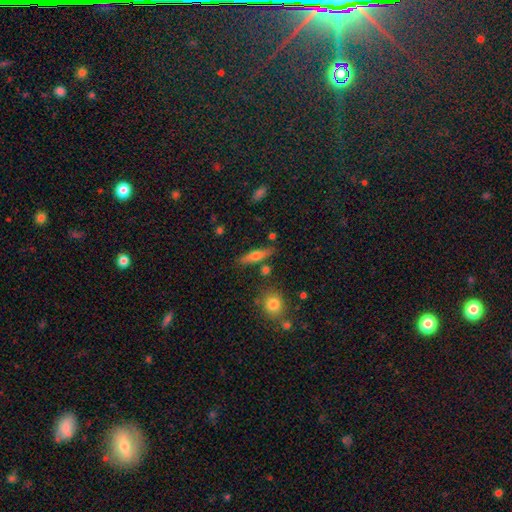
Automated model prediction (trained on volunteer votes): Q: Smooth or featured?
A: smooth (53%); runner-up: featured or disk (39%)
Q: How rounded?
A: cigar-shaped (67%); runner-up: in between (29%)
Q: Merging?
A: none (79%); runner-up: minor disturbance (12%)